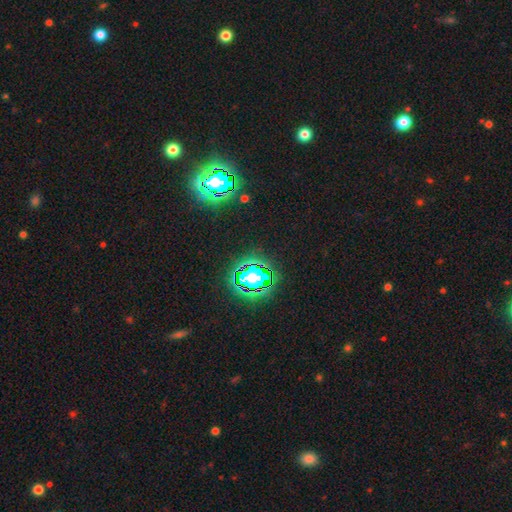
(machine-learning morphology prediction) Overall: star or artifact (83%).